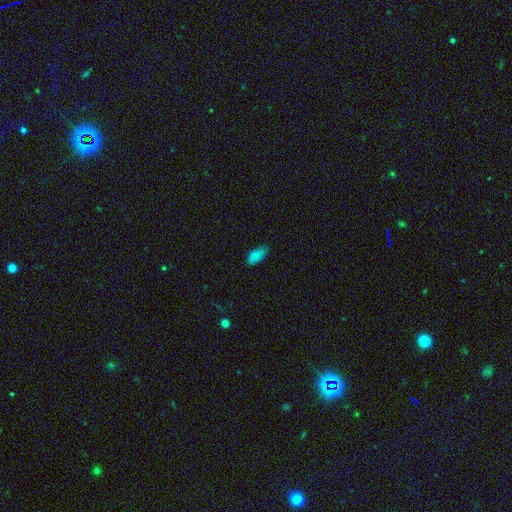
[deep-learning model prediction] This appears to be a smooth galaxy with no disk features (85%) that is in between round and cigar-shaped (88%). Merging: none (77%).